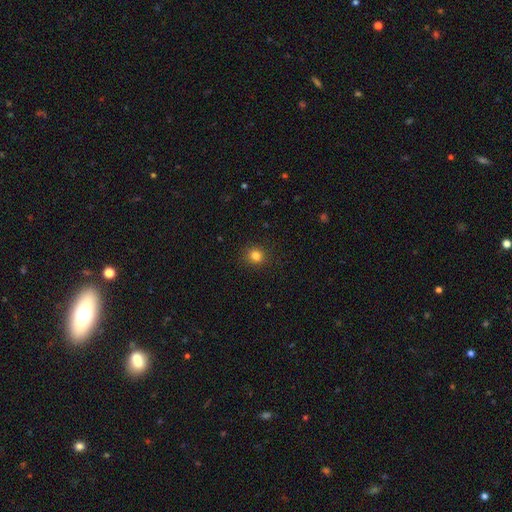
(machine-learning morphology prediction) smooth-or-featured: smooth: 82% | star or artifact: 13% | featured or disk: 5%
  how-rounded: round: 85% | in between: 14% | cigar-shaped: 1%
  merging: none: 89% | minor disturbance: 8% | major disturbance: 2% | merger: 1%